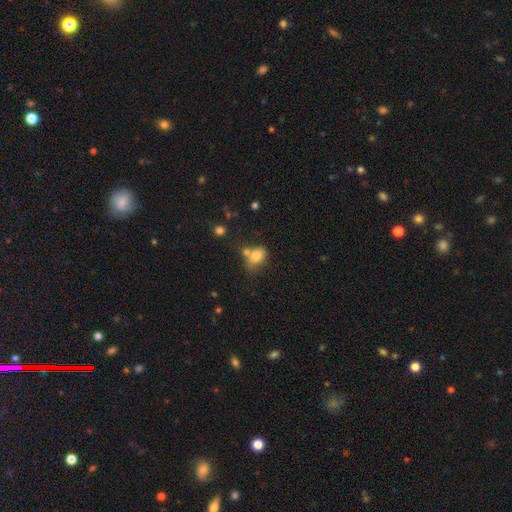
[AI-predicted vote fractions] Smooth or featured?
  - smooth: 77% *
  - featured or disk: 13%
  - star or artifact: 10%
How rounded?
  - in between: 71% *
  - round: 27%
  - cigar-shaped: 2%
Merging?
  - none: 36% *
  - merger: 34%
  - minor disturbance: 20%
  - major disturbance: 9%